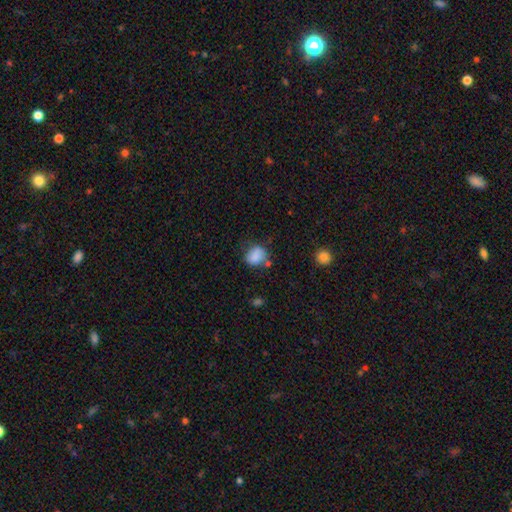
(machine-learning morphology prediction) A smooth galaxy with no disk features (84%) that is round (52%).

Vote fractions:
- Smooth or featured? smooth: 84% / star or artifact: 9% / featured or disk: 7%
- How rounded? round: 52% / in between: 47% / cigar-shaped: 1%
- Merging? none: 62% / minor disturbance: 23% / merger: 8% / major disturbance: 7%